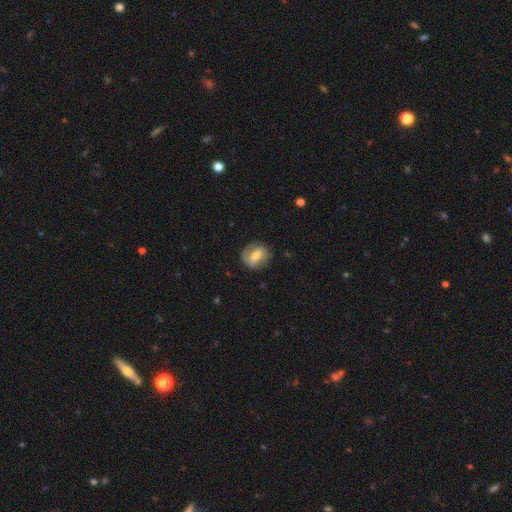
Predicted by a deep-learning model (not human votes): Overall: featured or disk (52%; smooth 41%). Edge-on disk: no (93%). Merging: none (76%).